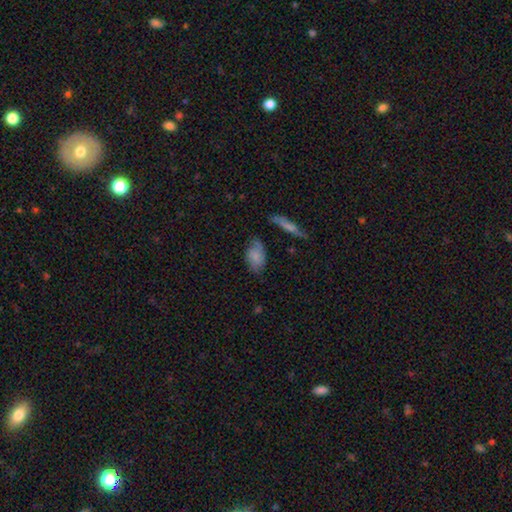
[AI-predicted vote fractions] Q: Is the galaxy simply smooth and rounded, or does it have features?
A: smooth — 68%.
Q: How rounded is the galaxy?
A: in between — 89%.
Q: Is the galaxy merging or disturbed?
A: none — 61%.